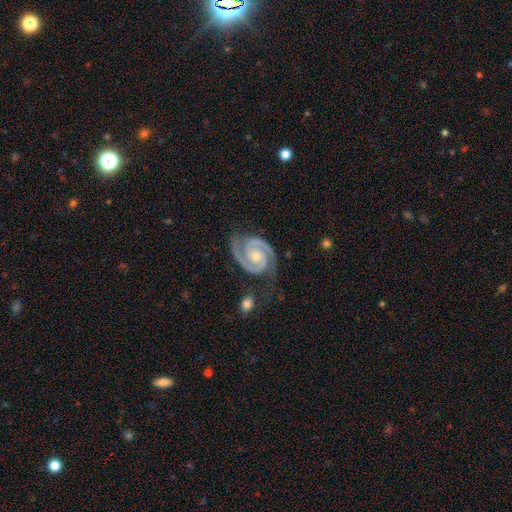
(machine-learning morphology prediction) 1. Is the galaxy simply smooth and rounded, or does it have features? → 93% featured or disk, 4% star or artifact, 3% smooth.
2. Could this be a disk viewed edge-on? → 98% no, 2% yes.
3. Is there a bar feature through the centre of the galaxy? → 63% no, 28% weak, 9% strong.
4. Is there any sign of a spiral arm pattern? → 99% yes, 1% no.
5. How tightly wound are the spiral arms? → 59% tight, 37% medium, 4% loose.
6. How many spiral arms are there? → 93% 2, 2% 3, 2% can't tell, 1% 1, 1% 4, 1% more than 4.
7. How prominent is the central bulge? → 52% moderate, 40% small, 4% none, 3% large, 1% dominant.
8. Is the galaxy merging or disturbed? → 75% none, 17% minor disturbance, 5% major disturbance, 3% merger.